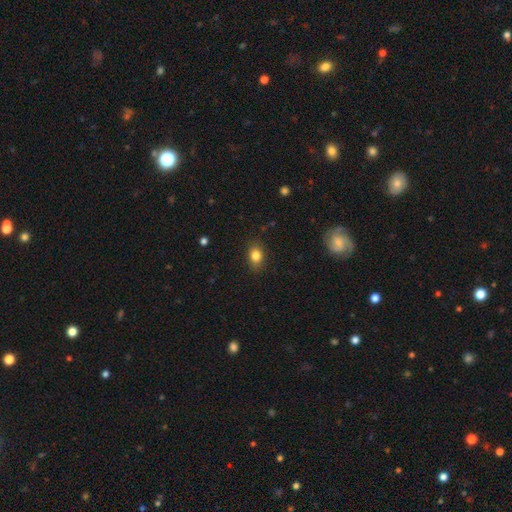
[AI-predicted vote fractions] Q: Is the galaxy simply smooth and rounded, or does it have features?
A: smooth — 83%.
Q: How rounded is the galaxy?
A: in between — 70%.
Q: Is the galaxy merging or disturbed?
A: none — 86%.